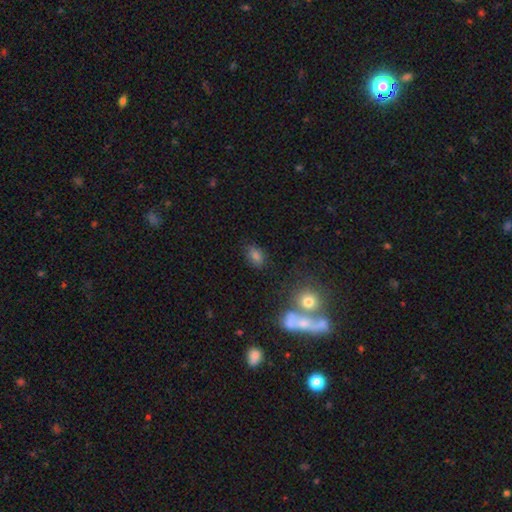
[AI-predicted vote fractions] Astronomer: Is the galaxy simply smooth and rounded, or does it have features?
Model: smooth — 73%.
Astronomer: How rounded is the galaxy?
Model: in between — 78%.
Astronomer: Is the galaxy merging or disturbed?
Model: none — 75%.